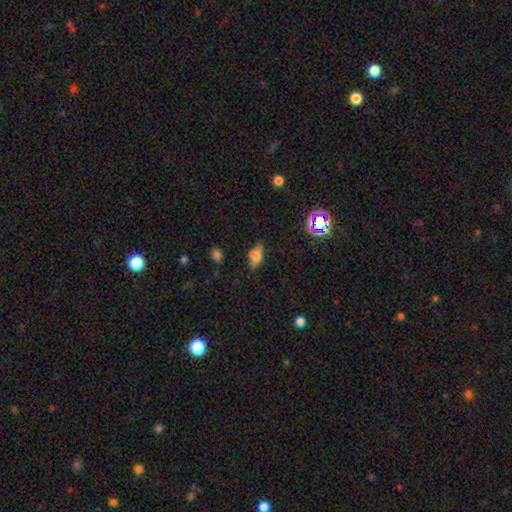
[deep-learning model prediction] smooth-or-featured: smooth: 62% | featured or disk: 22% | star or artifact: 16%
  how-rounded: in between: 75% | cigar-shaped: 19% | round: 7%
  merging: none: 62% | minor disturbance: 24% | major disturbance: 8% | merger: 6%